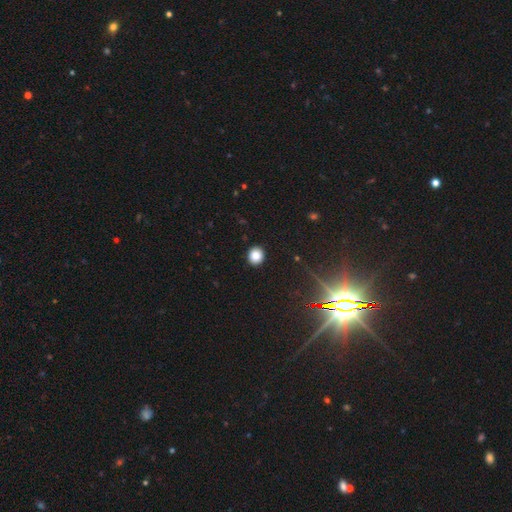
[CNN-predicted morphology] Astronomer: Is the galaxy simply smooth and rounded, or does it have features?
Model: smooth — 84%.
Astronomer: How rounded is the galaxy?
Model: round — 85%.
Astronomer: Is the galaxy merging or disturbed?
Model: none — 92%.